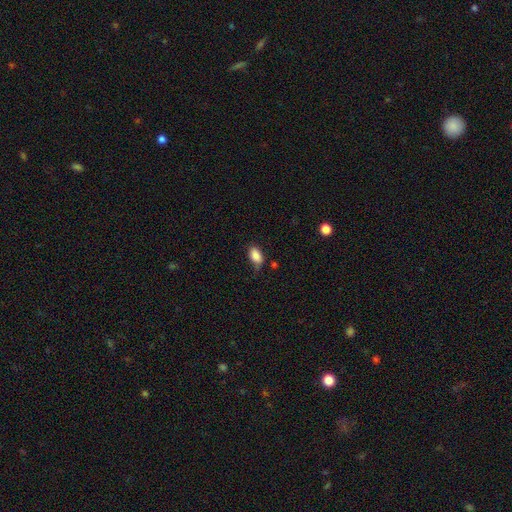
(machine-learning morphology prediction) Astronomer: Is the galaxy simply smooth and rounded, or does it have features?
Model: smooth — 87%.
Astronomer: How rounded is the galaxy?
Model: in between — 92%.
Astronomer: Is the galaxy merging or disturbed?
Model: none — 61%.